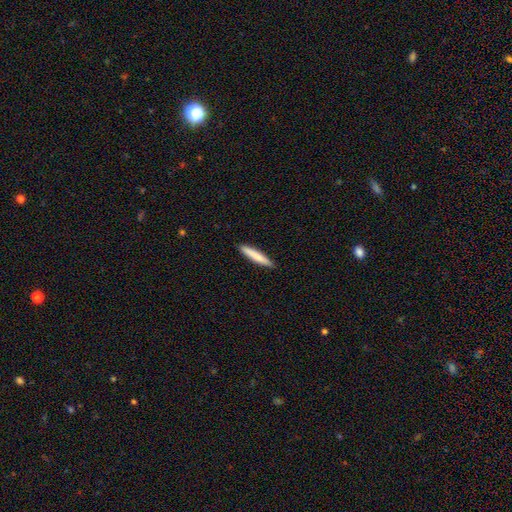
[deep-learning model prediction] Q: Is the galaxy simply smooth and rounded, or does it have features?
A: smooth — 80%.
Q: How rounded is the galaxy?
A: cigar-shaped — 92%.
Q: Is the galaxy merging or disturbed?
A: none — 90%.